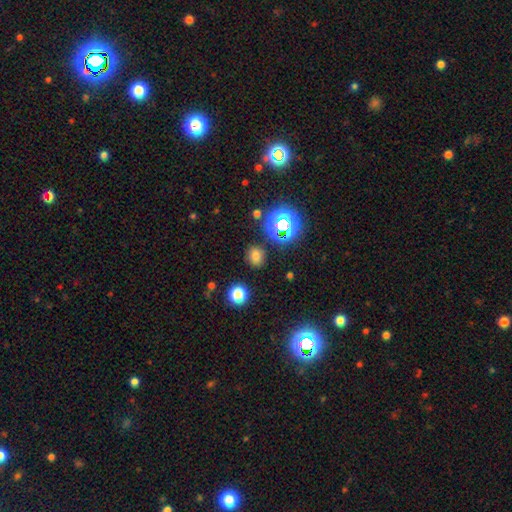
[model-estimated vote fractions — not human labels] This appears to be a smooth galaxy with no disk features (69%) that is round (60%). Merging: none (84%).